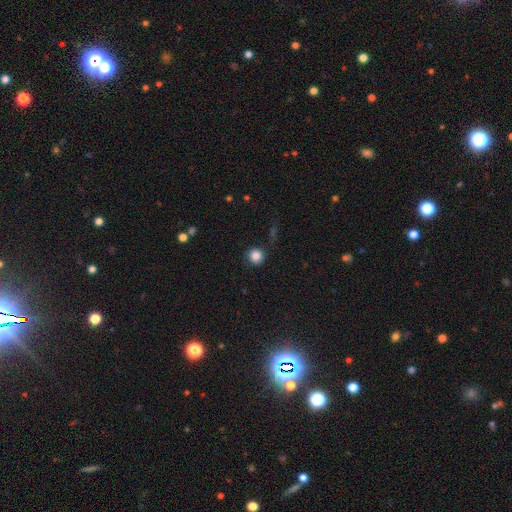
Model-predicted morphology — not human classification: Q: Smooth or featured?
A: smooth (85%); runner-up: star or artifact (10%)
Q: How rounded?
A: round (93%); runner-up: in between (6%)
Q: Merging?
A: none (84%); runner-up: minor disturbance (11%)